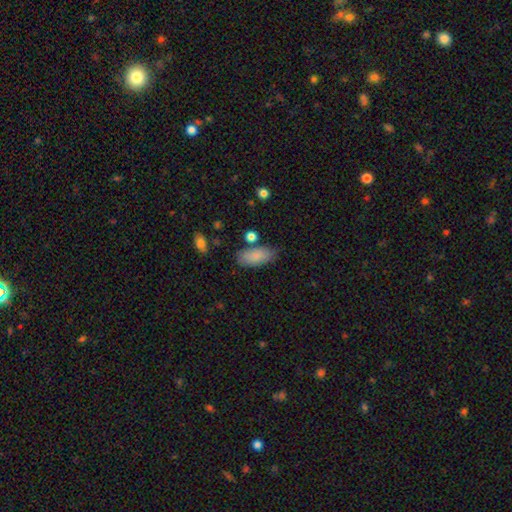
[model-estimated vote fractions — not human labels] Smooth or featured? smooth (84%)
How rounded? in between (88%)
Merging? none (75%)